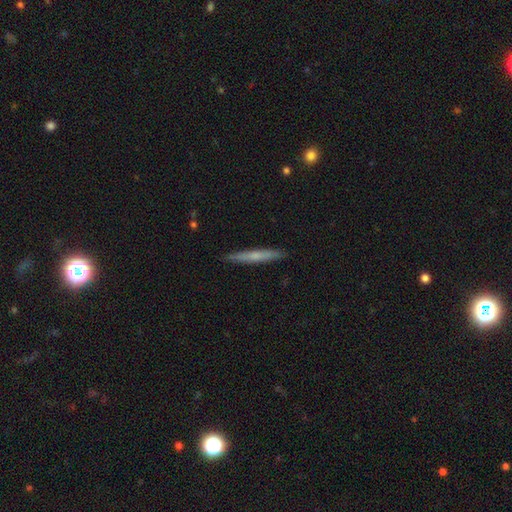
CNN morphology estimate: smooth-or-featured: smooth: 53% | featured or disk: 42% | star or artifact: 6%
  how-rounded: cigar-shaped: 96% | in between: 3% | round: 1%
  merging: none: 90% | minor disturbance: 7% | major disturbance: 1% | merger: 1%